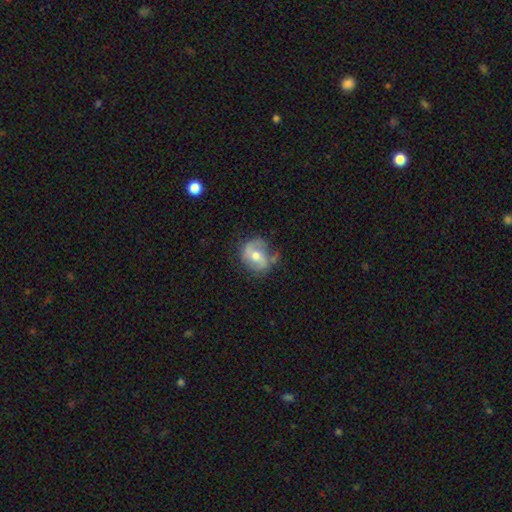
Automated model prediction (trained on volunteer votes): Smooth or featured? featured or disk (62%)
Edge-on disk? no (96%)
Bar? weak (41%)
Spiral arms? yes (72%)
Bulge size? moderate (72%)
Merging? none (55%)